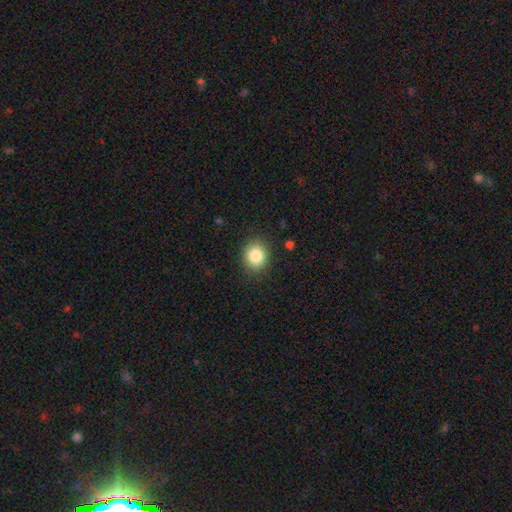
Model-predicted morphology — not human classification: smooth 84%, star or artifact 10%, featured or disk 6%. Down the decision tree: how rounded — round (71%); merging — none (86%).